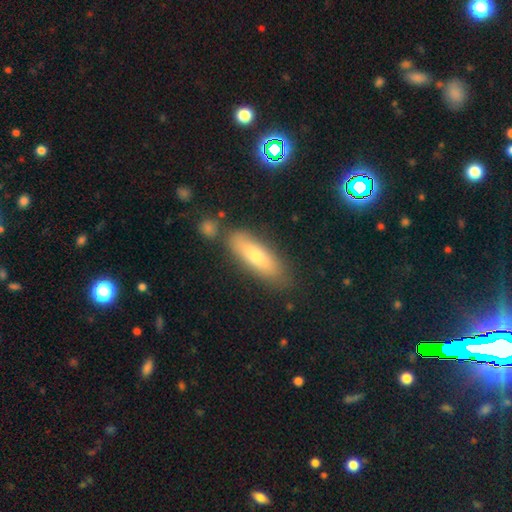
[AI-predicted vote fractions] The model was most divided on "how rounded": cigar-shaped: 54%, in between: 43%, round: 3%. More confident: merging — none (78%); smooth or featured — smooth (59%).